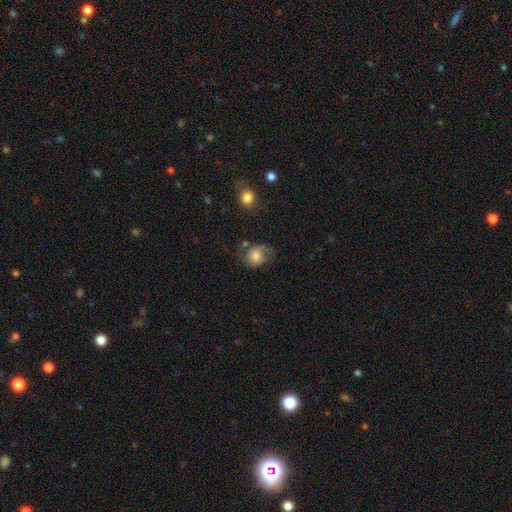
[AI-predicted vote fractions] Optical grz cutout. It shows a smooth galaxy with no disk features (47%). Merging: none (50%).